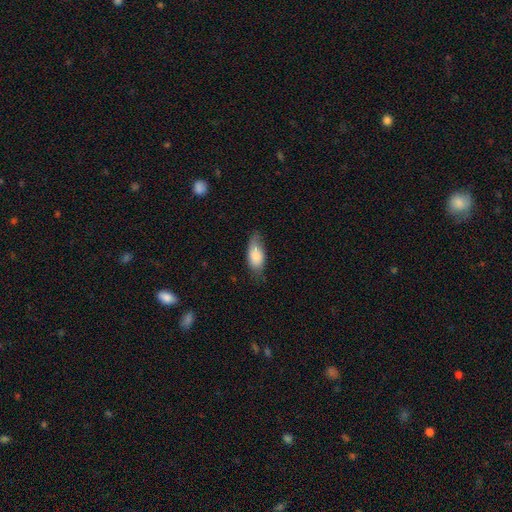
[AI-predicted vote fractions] The model was most divided on "merging": none: 62%, minor disturbance: 30%, major disturbance: 7%, merger: 1%. More confident: how rounded — in between (86%); smooth or featured — smooth (81%).